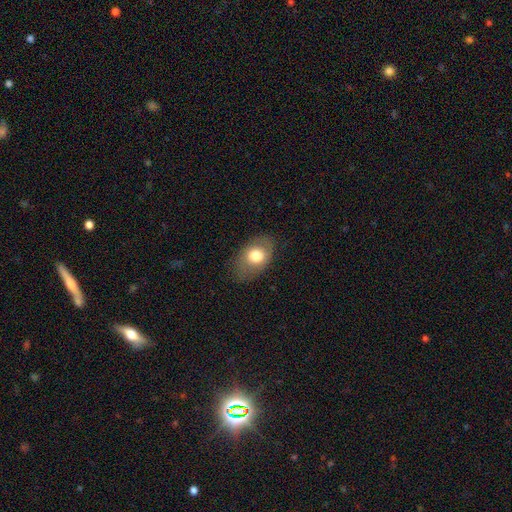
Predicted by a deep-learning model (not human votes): Smooth or featured: smooth — 72% (featured or disk — 21%)
How rounded: in between — 79% (round — 20%)
Merging: none — 73% (minor disturbance — 19%)